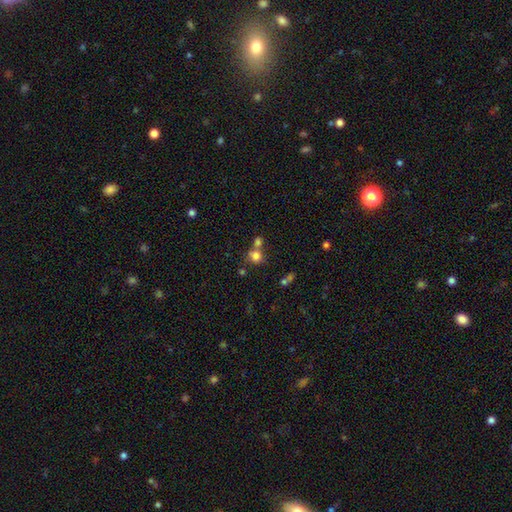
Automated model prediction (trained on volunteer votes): Q: Smooth or featured?
A: smooth (77%); runner-up: star or artifact (13%)
Q: How rounded?
A: round (74%); runner-up: in between (25%)
Q: Merging?
A: none (47%); runner-up: merger (39%)